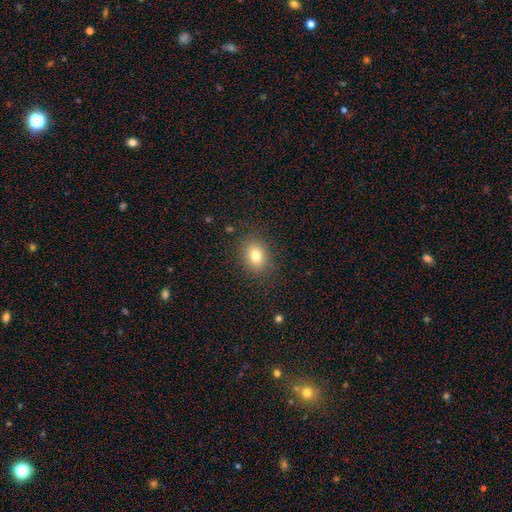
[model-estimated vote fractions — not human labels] Smooth or featured? smooth (78%)
How rounded? in between (50%)
Merging? none (86%)